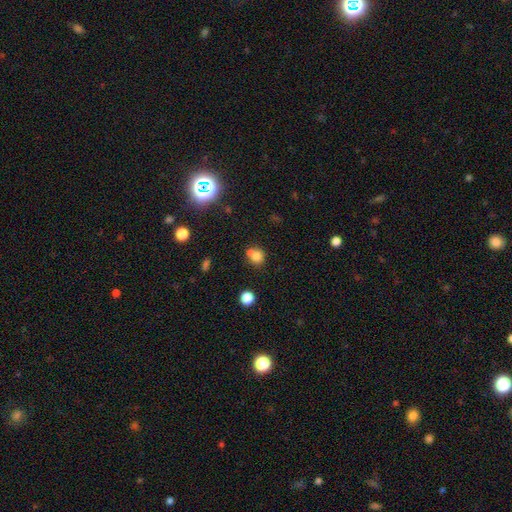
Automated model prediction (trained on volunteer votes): smooth_or_featured: smooth (p=0.76) [alt: star or artifact p=0.13]
how_rounded: round (p=0.74) [alt: in between p=0.25]
merging: none (p=0.46) [alt: merger p=0.37]